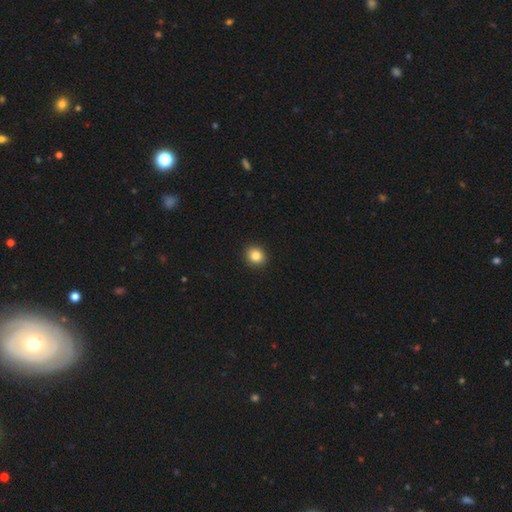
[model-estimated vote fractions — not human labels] A smooth galaxy with no disk features (84%) that is round (83%).

Vote fractions:
- Smooth or featured? smooth: 84% / star or artifact: 10% / featured or disk: 5%
- How rounded? round: 83% / in between: 17% / cigar-shaped: 1%
- Merging? none: 92% / minor disturbance: 5% / major disturbance: 2% / merger: 1%